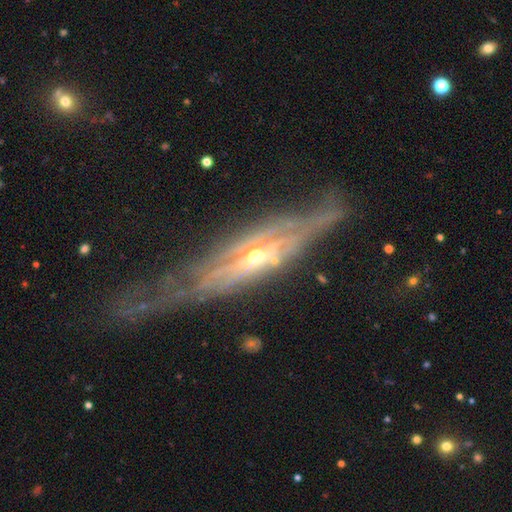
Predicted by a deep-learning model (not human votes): Smooth or featured: featured or disk — 83% (smooth — 10%)
Edge-on disk: yes — 76% (no — 24%)
Edge-on bulge: rounded — 78% (none — 16%)
Merging: none — 58% (minor disturbance — 25%)